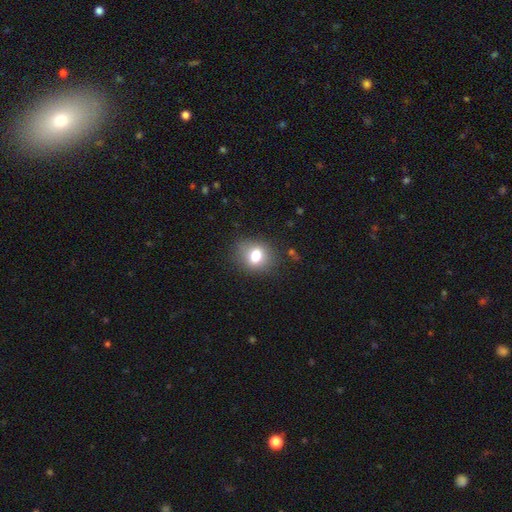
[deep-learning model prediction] smooth_or_featured: smooth (p=0.74) [alt: featured or disk p=0.14]
how_rounded: round (p=0.56) [alt: in between p=0.43]
merging: none (p=0.82) [alt: minor disturbance p=0.12]